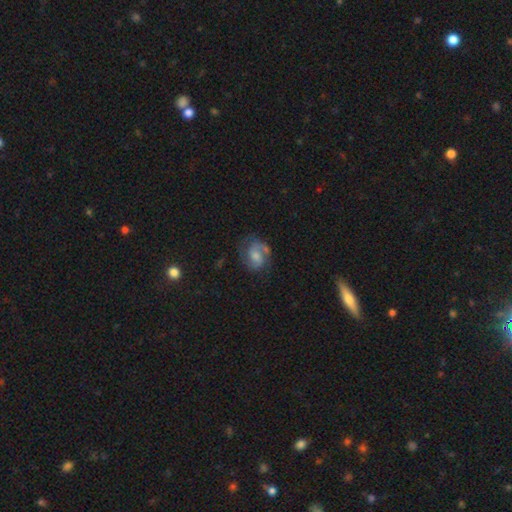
A featured or disk galaxy (69%) with a weak bar (46%), 2 (83%) tight (43%) spiral arms (88%) and a moderate central bulge (62%).

Vote fractions:
- Smooth or featured? featured or disk: 69% / smooth: 23% / star or artifact: 8%
- Edge-on disk? no: 96% / yes: 4%
- Bar? weak: 46% / no: 42% / strong: 12%
- Spiral arms? yes: 88% / no: 12%
- Spiral winding? tight: 43% / medium: 35% / loose: 22%
- Spiral arm count? 2: 83% / can't tell: 17% / 1: 0% / 3: 0% / 4: 0% / more than 4: 0%
- Bulge size? moderate: 62% / large: 23% / small: 12% / none: 4% / dominant: 0%
- Merging? none: 72% / major disturbance: 14% / minor disturbance: 11% / merger: 3%